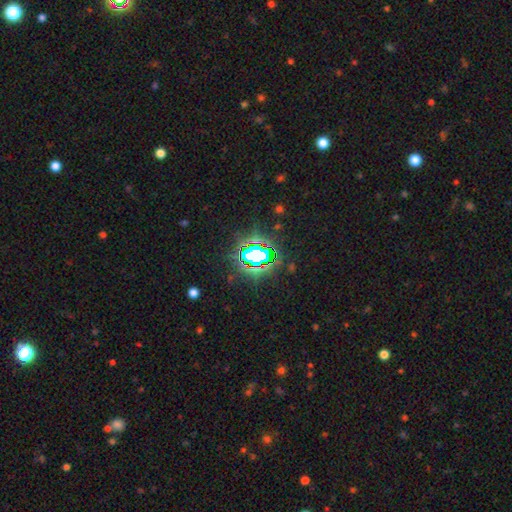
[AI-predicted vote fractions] star or artifact 74%, smooth 15%, featured or disk 11%.